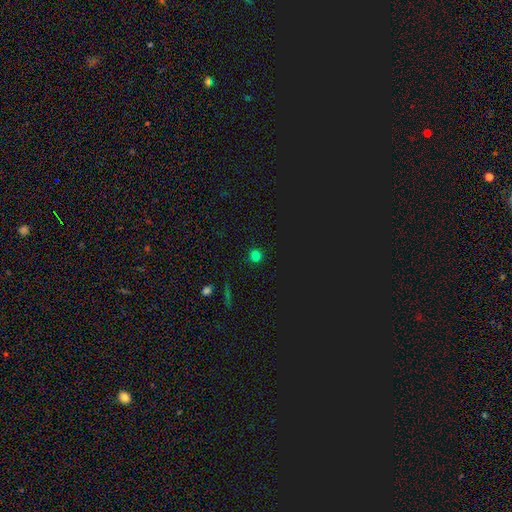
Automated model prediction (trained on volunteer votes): Smooth or featured? Predicted: smooth (p=0.70). How rounded? Predicted: round (p=0.92). Merging? Predicted: none (p=0.89).